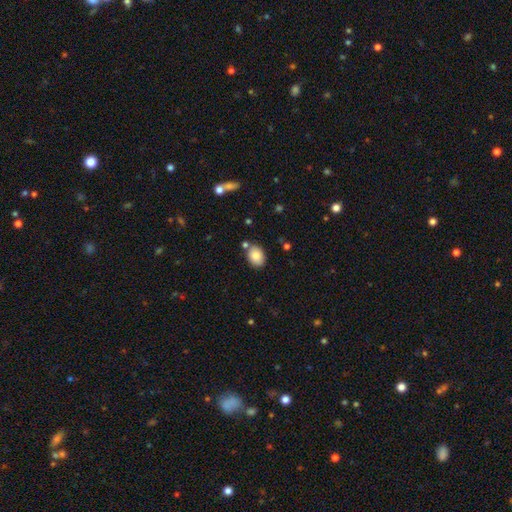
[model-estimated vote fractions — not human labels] A smooth galaxy with no disk features (84%) that is in between round and cigar-shaped (70%).

Vote fractions:
- Smooth or featured? smooth: 84% / featured or disk: 8% / star or artifact: 8%
- How rounded? in between: 70% / round: 29% / cigar-shaped: 1%
- Merging? none: 76% / minor disturbance: 13% / merger: 9% / major disturbance: 3%